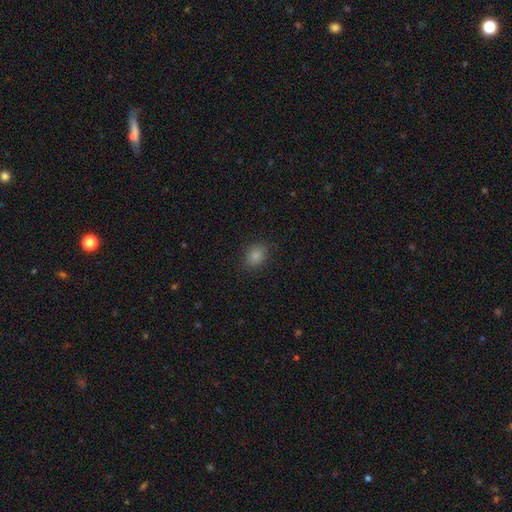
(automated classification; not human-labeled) Smooth or featured? Predicted: smooth (p=0.85). How rounded? Predicted: in between (p=0.60). Merging? Predicted: none (p=0.84).